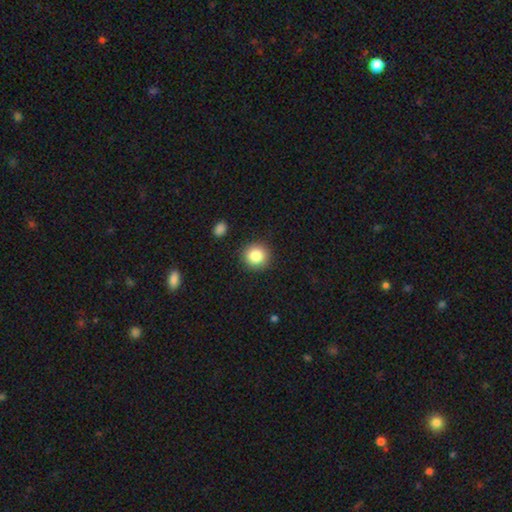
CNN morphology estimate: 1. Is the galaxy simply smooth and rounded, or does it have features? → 85% smooth, 9% star or artifact, 6% featured or disk.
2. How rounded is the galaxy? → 92% round, 7% in between, 1% cigar-shaped.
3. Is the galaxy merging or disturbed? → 90% none, 6% minor disturbance, 2% major disturbance, 1% merger.